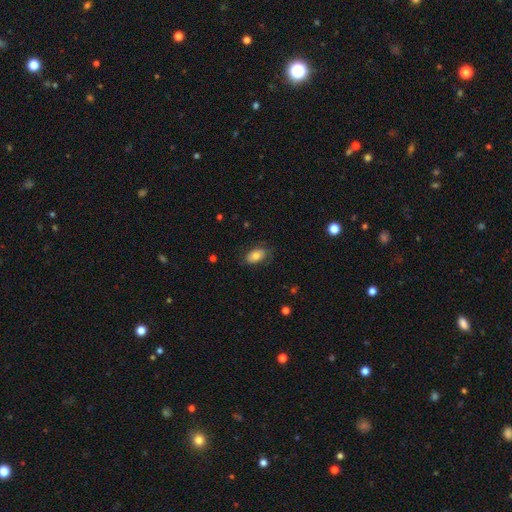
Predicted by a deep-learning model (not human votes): Overall: smooth (74%). How rounded: in between (91%). Merging: none (75%).